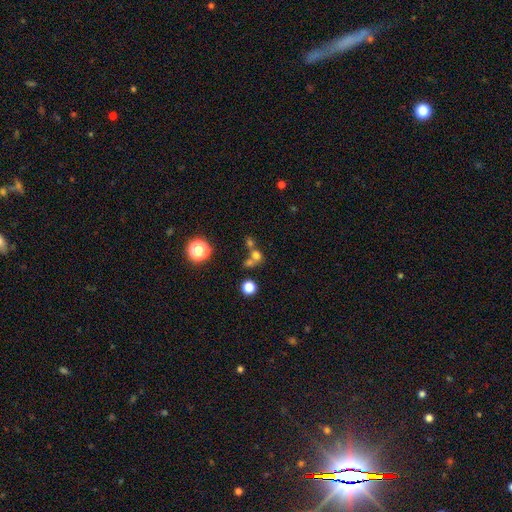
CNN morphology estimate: type=smooth (64%); roundness=round (76%); merging=merger (50%).